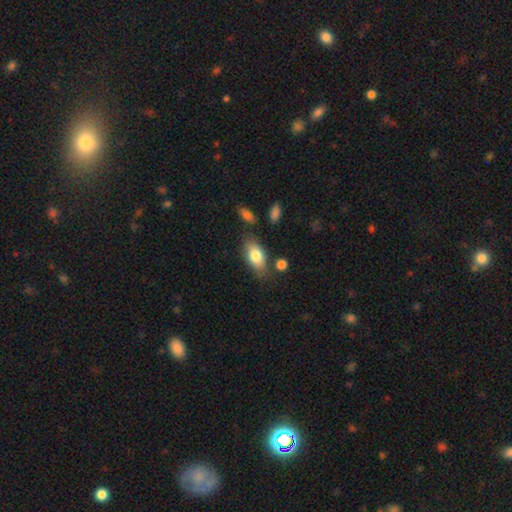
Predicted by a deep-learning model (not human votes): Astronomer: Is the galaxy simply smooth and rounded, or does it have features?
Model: smooth — 78%.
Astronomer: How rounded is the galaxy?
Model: in between — 88%.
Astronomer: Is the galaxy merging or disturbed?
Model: none — 73%.